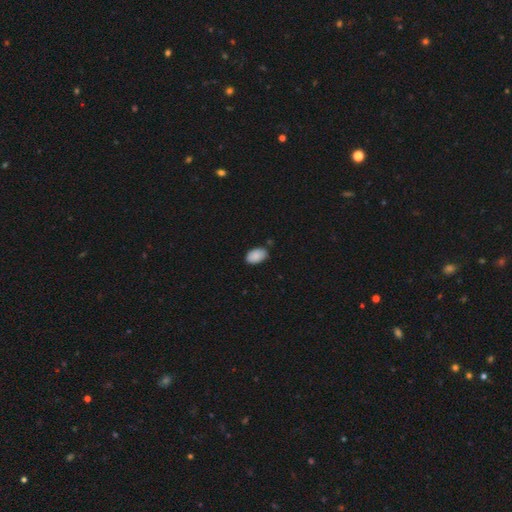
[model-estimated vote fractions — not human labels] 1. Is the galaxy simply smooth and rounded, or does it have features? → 87% smooth, 7% star or artifact, 6% featured or disk.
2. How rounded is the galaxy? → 93% in between, 5% round, 1% cigar-shaped.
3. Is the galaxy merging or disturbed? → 78% none, 17% minor disturbance, 2% major disturbance, 2% merger.